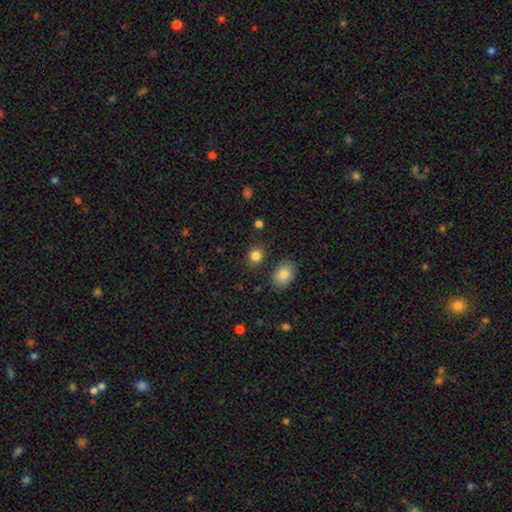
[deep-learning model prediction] Q: Smooth or featured?
A: smooth (84%); runner-up: star or artifact (11%)
Q: How rounded?
A: round (66%); runner-up: in between (33%)
Q: Merging?
A: none (83%); runner-up: minor disturbance (9%)